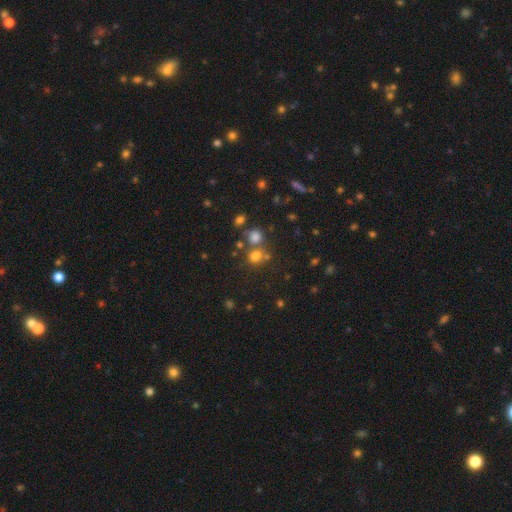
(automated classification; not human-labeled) Overall: smooth (65%; star or artifact 26%). How rounded: round (73%). Merging: none (55%; merger 31%).